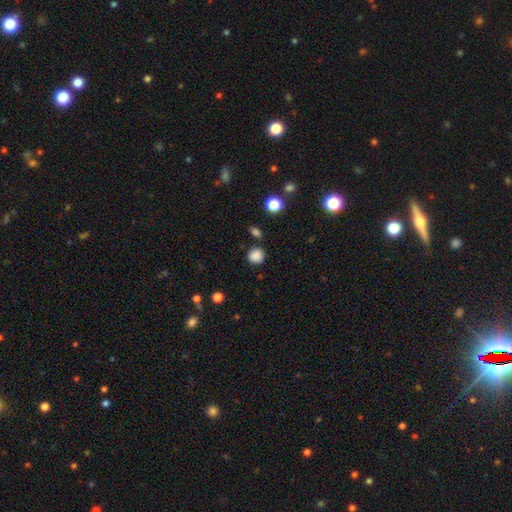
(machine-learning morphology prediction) smooth_or_featured: smooth (p=0.86) [alt: star or artifact p=0.11]
how_rounded: round (p=0.88) [alt: in between p=0.11]
merging: none (p=0.84) [alt: minor disturbance p=0.09]